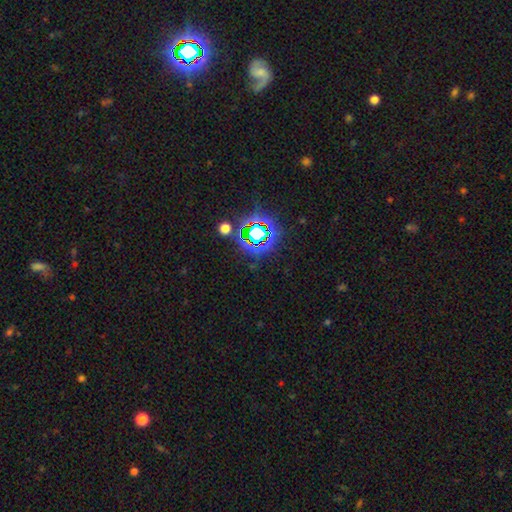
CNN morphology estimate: Smooth or featured?
  - star or artifact: 79% *
  - smooth: 12%
  - featured or disk: 9%